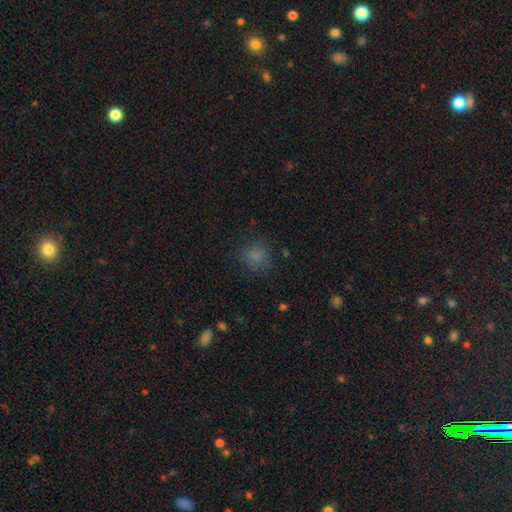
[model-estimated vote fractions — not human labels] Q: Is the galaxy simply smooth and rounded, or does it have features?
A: smooth — 77%.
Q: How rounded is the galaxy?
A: round — 82%.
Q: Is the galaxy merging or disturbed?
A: none — 78%.